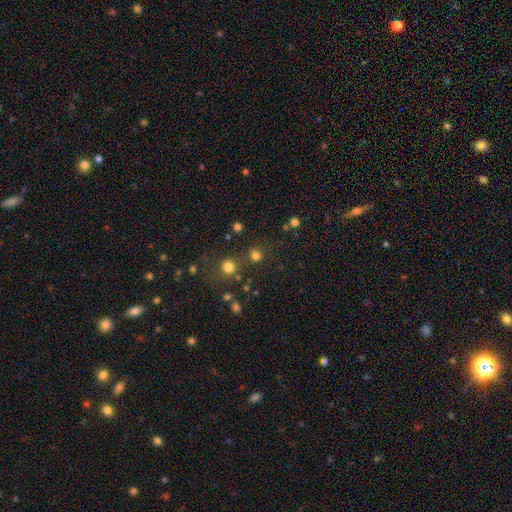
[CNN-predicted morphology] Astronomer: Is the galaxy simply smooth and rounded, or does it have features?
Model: smooth — 74%.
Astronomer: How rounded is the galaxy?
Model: round — 86%.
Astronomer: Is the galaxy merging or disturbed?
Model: none — 68%.